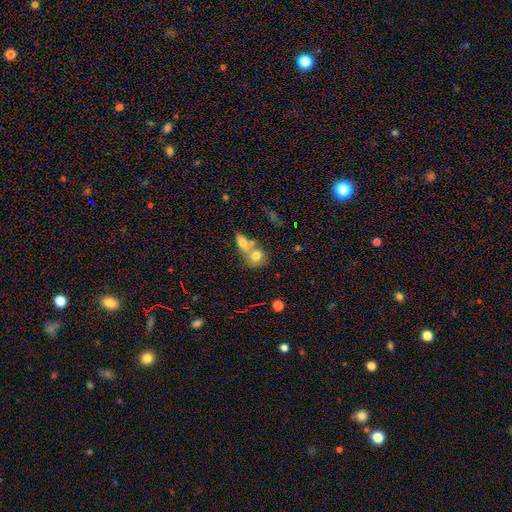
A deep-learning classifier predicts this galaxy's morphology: type=smooth (73%); roundness=round (60%); merging=merger (57%).